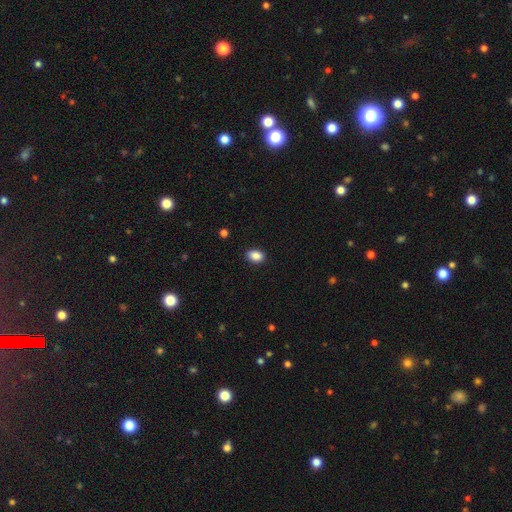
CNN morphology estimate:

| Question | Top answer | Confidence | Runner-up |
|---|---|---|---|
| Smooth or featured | smooth | 89% | star or artifact (8%) |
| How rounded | in between | 84% | round (15%) |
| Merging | none | 89% | minor disturbance (8%) |